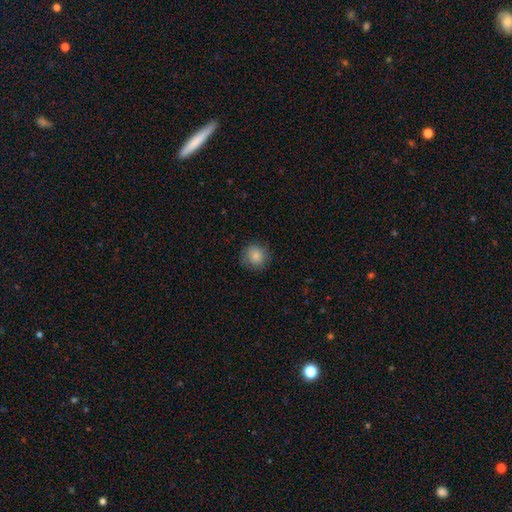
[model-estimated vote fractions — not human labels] A smooth galaxy with no disk features (84%) that is round (91%).

Vote fractions:
- Smooth or featured? smooth: 84% / star or artifact: 9% / featured or disk: 8%
- How rounded? round: 91% / in between: 8% / cigar-shaped: 1%
- Merging? none: 83% / minor disturbance: 12% / major disturbance: 4% / merger: 1%